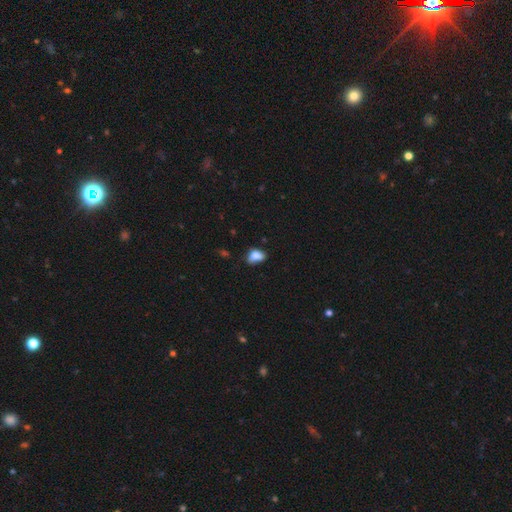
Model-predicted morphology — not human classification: Smooth or featured? Predicted: smooth (p=0.81). How rounded? Predicted: in between (p=0.78). Merging? Predicted: none (p=0.42).